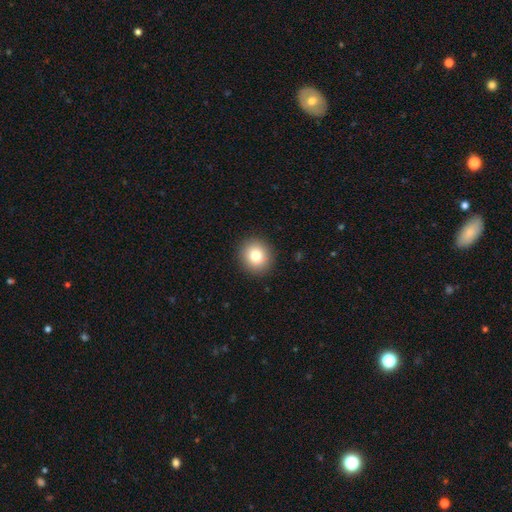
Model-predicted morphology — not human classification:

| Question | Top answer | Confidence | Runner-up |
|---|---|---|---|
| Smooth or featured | smooth | 81% | star or artifact (10%) |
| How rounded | round | 87% | in between (12%) |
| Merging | none | 91% | minor disturbance (6%) |